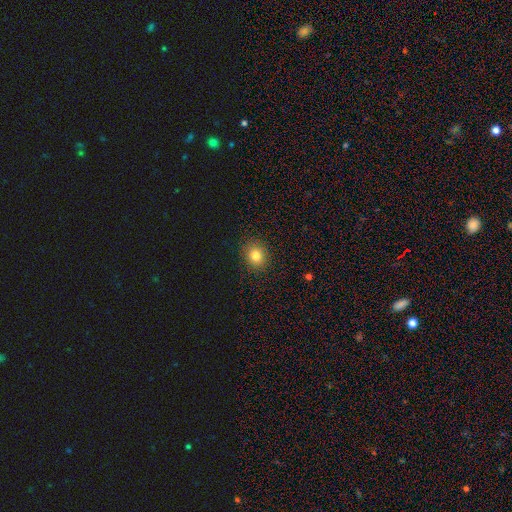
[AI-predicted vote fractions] Overall: smooth (81%). How rounded: round (76%). Merging: none (90%).